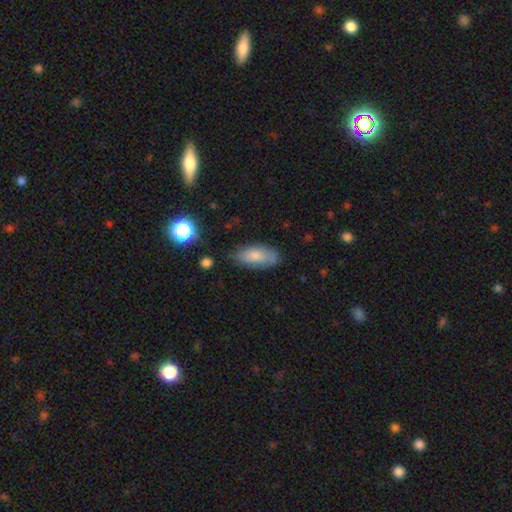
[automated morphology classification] Smooth or featured: smooth — 79% (featured or disk — 14%)
How rounded: in between — 86% (cigar-shaped — 11%)
Merging: none — 69% (minor disturbance — 23%)